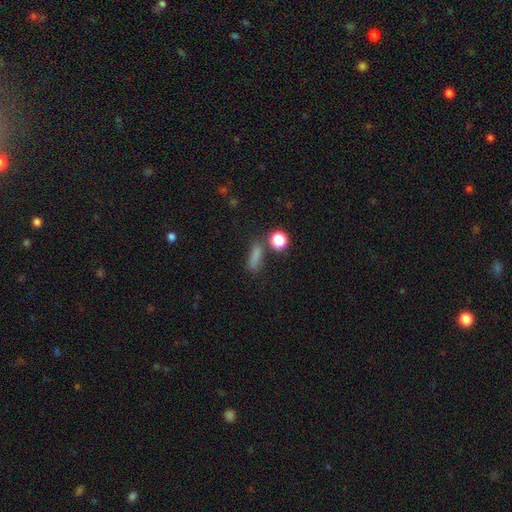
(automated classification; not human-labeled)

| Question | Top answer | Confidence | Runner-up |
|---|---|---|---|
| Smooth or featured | smooth | 77% | star or artifact (16%) |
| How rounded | cigar-shaped | 47% | in between (37%) |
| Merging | none | 68% | minor disturbance (16%) |